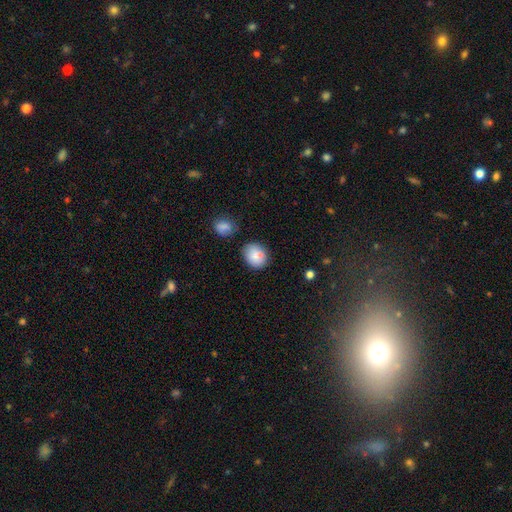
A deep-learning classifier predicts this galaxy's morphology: The model was most divided on "how rounded": round: 59%, in between: 40%, cigar-shaped: 1%. More confident: smooth or featured — smooth (81%); merging — none (70%).